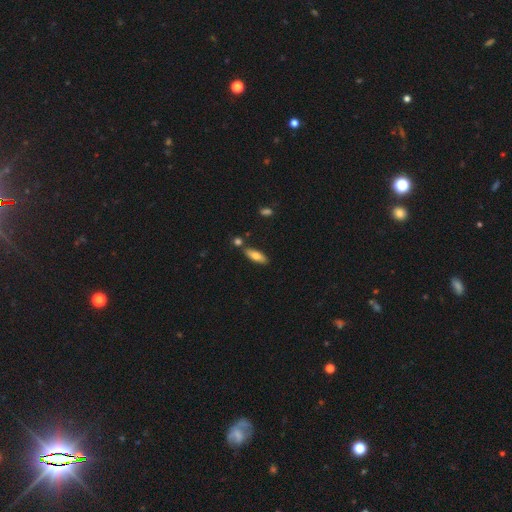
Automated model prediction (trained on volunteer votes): smooth_or_featured: smooth (p=0.72) [alt: featured or disk p=0.21]
how_rounded: in between (p=0.60) [alt: cigar-shaped p=0.38]
merging: none (p=0.78) [alt: minor disturbance p=0.11]